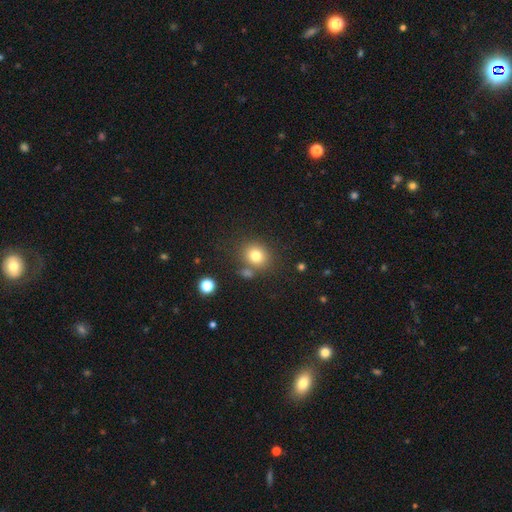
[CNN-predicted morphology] smooth_or_featured: smooth (p=0.79) [alt: star or artifact p=0.13]
how_rounded: round (p=0.74) [alt: in between p=0.25]
merging: none (p=0.72) [alt: merger p=0.13]